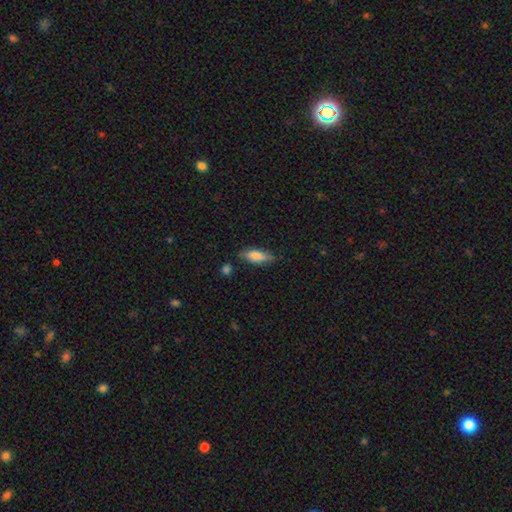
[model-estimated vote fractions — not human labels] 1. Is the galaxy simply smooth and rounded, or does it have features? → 75% smooth, 18% featured or disk, 7% star or artifact.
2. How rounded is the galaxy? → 63% in between, 35% cigar-shaped, 3% round.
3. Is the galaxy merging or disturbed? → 71% none, 21% minor disturbance, 4% major disturbance, 3% merger.